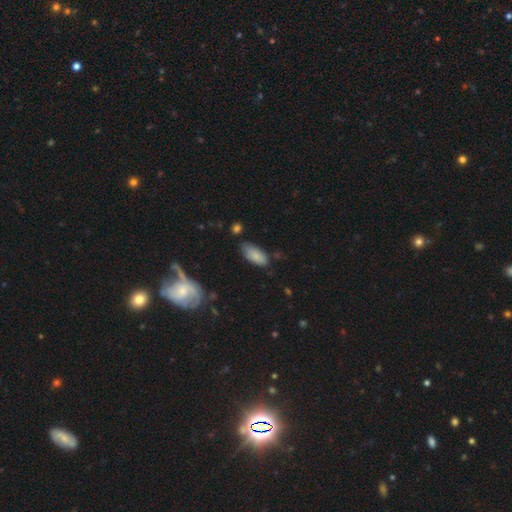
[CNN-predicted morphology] This appears to be a smooth galaxy with no disk features (83%) that is in between round and cigar-shaped (87%). Merging: none (68%).